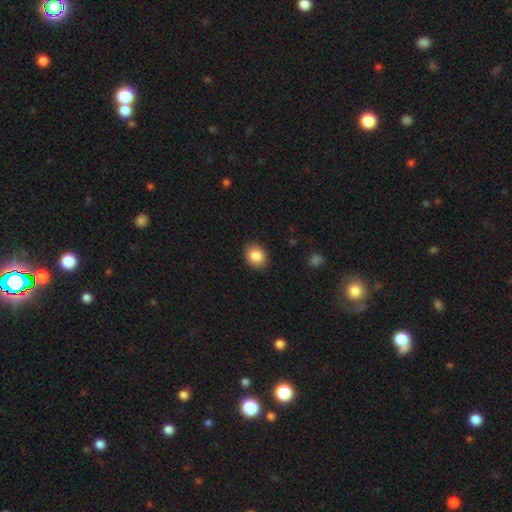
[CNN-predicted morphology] Overall: smooth (86%). How rounded: in between (53%; round 46%). Merging: none (88%).